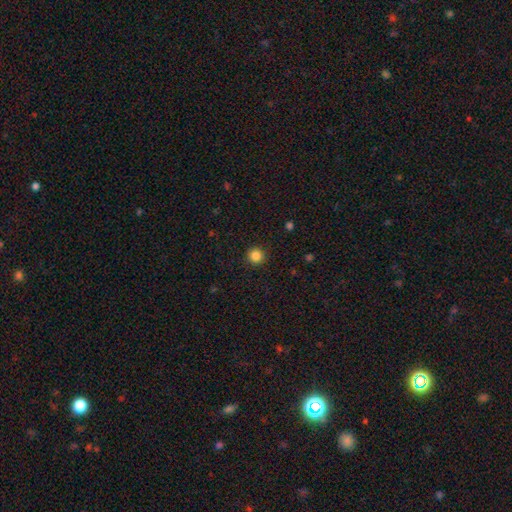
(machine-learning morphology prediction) type=smooth (85%); roundness=round (95%); merging=none (92%).